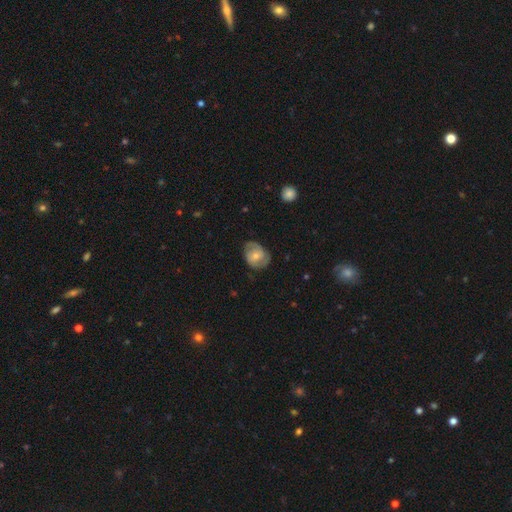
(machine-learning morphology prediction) smooth_or_featured: featured or disk (p=0.55) [alt: smooth p=0.38]
disk_edge_on: no (p=0.97) [alt: yes p=0.03]
bar: no (p=0.61) [alt: weak p=0.32]
has_spiral_arms: yes (p=0.81) [alt: no p=0.19]
bulge_size: moderate (p=0.48) [alt: small p=0.45]
merging: none (p=0.68) [alt: minor disturbance p=0.23]